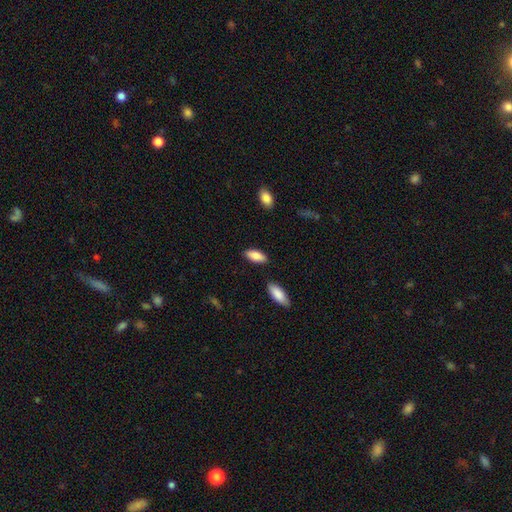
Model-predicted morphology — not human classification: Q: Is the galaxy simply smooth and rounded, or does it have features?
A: smooth — 85%.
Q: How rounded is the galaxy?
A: in between — 83%.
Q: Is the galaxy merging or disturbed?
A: none — 85%.